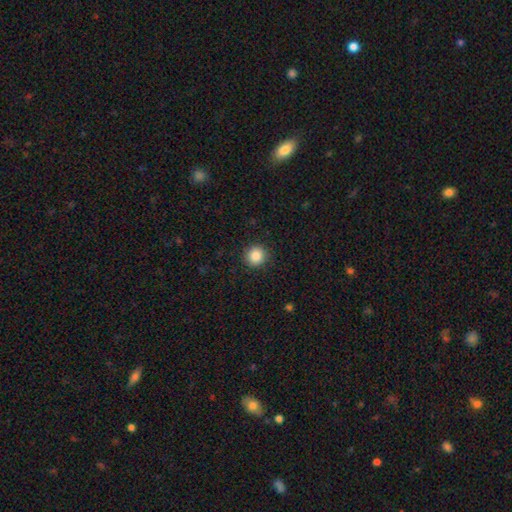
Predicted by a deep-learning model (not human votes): Smooth or featured?
  - smooth: 86% *
  - star or artifact: 10%
  - featured or disk: 4%
How rounded?
  - round: 94% *
  - in between: 5%
  - cigar-shaped: 1%
Merging?
  - none: 91% *
  - minor disturbance: 6%
  - major disturbance: 2%
  - merger: 1%